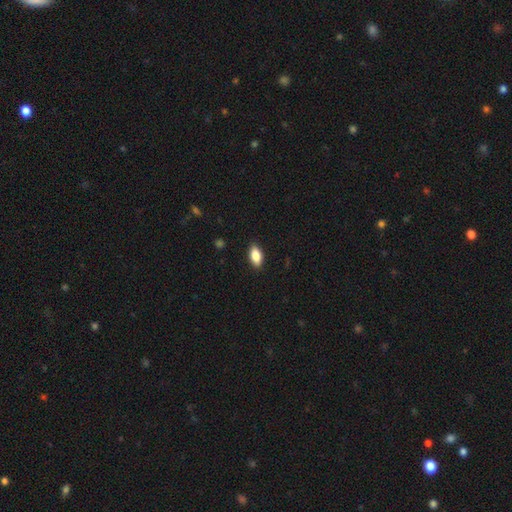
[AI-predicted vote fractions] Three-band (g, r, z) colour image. It shows a smooth galaxy with no disk features (84%) that is in between round and cigar-shaped (89%). Merging: none (88%).